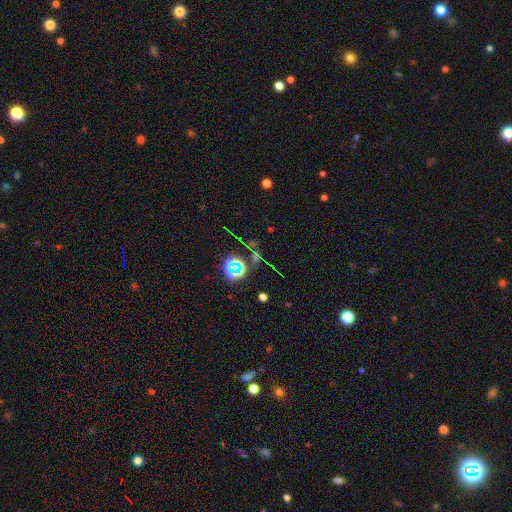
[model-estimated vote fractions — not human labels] A star or artifact, not a galaxy (63%).